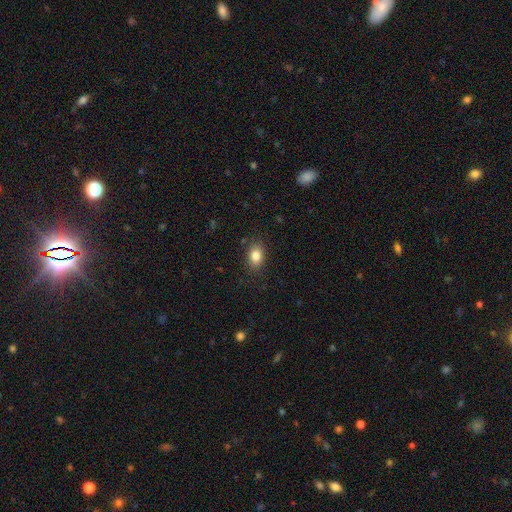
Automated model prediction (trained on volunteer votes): The model was most divided on "how rounded": in between: 80%, round: 18%, cigar-shaped: 1%. More confident: merging — none (85%); smooth or featured — smooth (84%).